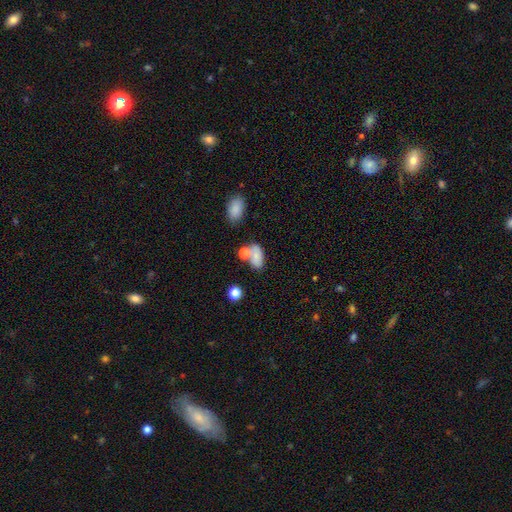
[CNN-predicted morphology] Smooth or featured: smooth — 76% (featured or disk — 13%)
How rounded: in between — 87% (round — 11%)
Merging: none — 43% (merger — 30%)